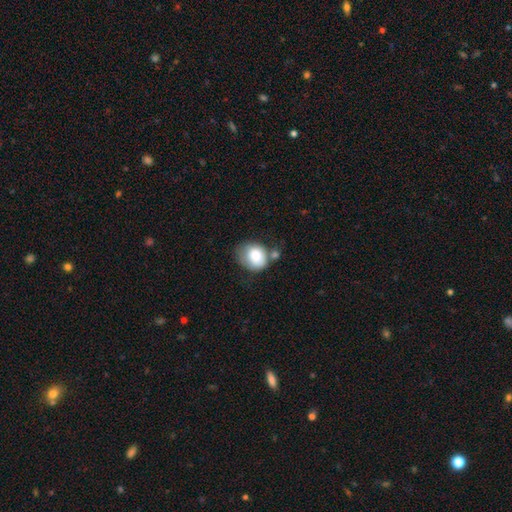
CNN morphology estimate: smooth_or_featured: smooth (p=0.81) [alt: featured or disk p=0.12]
how_rounded: round (p=0.57) [alt: in between p=0.43]
merging: none (p=0.37) [alt: minor disturbance p=0.29]